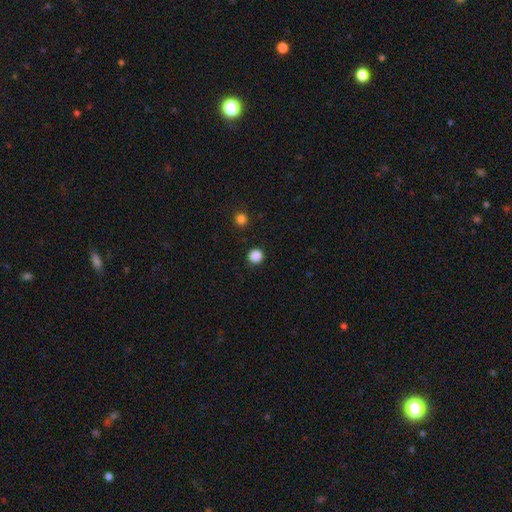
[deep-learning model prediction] smooth-or-featured: smooth: 86% | star or artifact: 11% | featured or disk: 2%
  how-rounded: round: 95% | in between: 4% | cigar-shaped: 1%
  merging: none: 93% | minor disturbance: 4% | major disturbance: 2% | merger: 1%